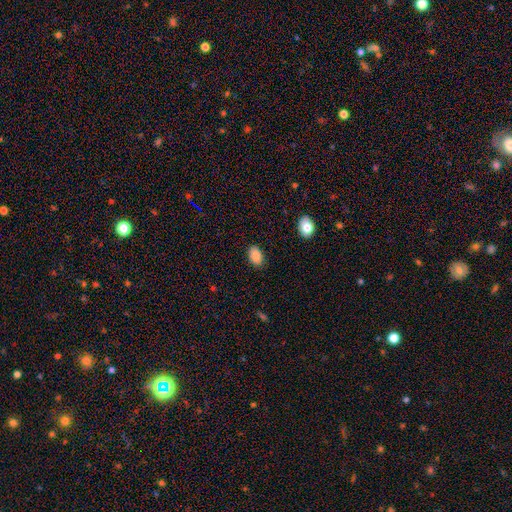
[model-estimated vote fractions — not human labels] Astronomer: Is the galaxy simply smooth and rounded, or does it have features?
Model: smooth — 88%.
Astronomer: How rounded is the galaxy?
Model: in between — 90%.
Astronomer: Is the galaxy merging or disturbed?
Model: none — 84%.